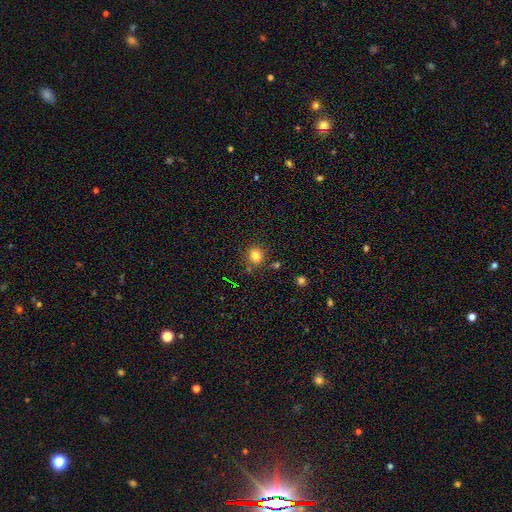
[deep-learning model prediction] smooth-or-featured: smooth: 80% | star or artifact: 14% | featured or disk: 6%
  how-rounded: round: 85% | in between: 14% | cigar-shaped: 1%
  merging: none: 81% | minor disturbance: 10% | merger: 6% | major disturbance: 3%